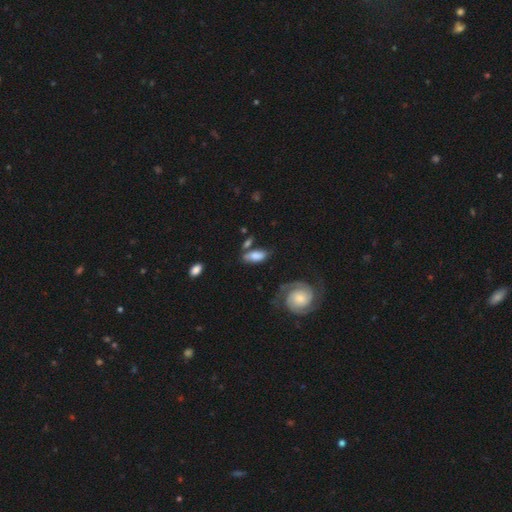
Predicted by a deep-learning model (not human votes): Smooth or featured? smooth (70%)
How rounded? in between (84%)
Merging? none (56%)